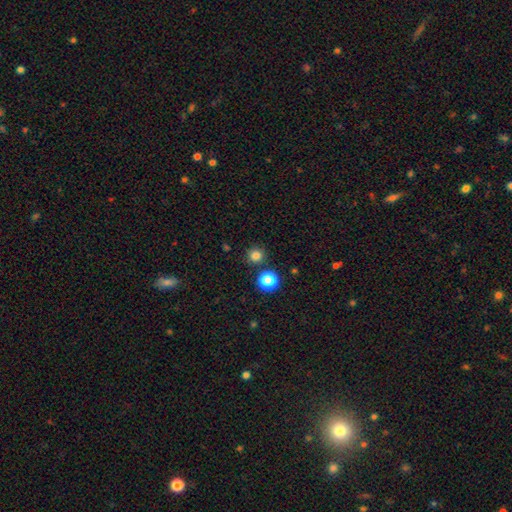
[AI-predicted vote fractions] Morphology: type=smooth (81%); roundness=round (94%); merging=none (87%).